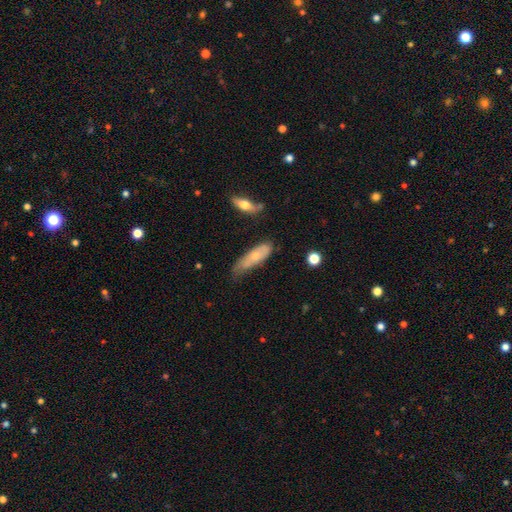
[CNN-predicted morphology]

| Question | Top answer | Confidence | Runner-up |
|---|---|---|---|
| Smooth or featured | smooth | 58% | featured or disk (36%) |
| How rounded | cigar-shaped | 50% | in between (47%) |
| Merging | minor disturbance | 41% | tied: none (41%) |